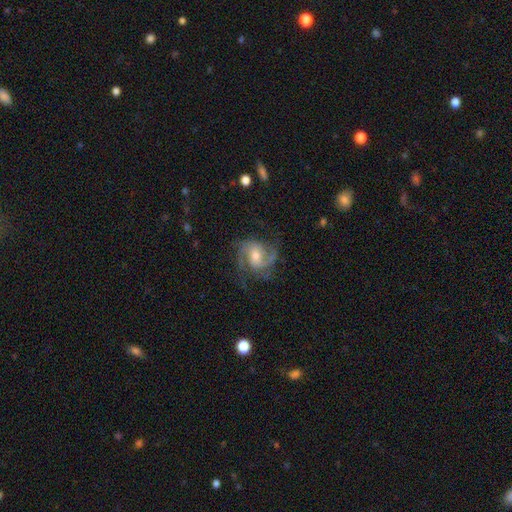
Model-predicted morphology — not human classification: A featured or disk galaxy (84%) with no bar (51%), 2 (54%) medium (53%) spiral arms (96%) and a moderate central bulge (53%). Merging: none (68%).